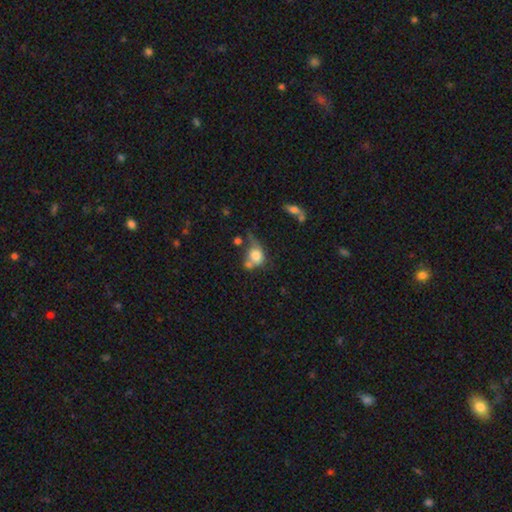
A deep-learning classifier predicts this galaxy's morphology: A smooth galaxy with no disk features (73%) that is round (50%).

Vote fractions:
- Smooth or featured? smooth: 73% / featured or disk: 17% / star or artifact: 10%
- How rounded? round: 50% / in between: 48% / cigar-shaped: 2%
- Merging? merger: 32% / none: 27% / minor disturbance: 21% / major disturbance: 20%